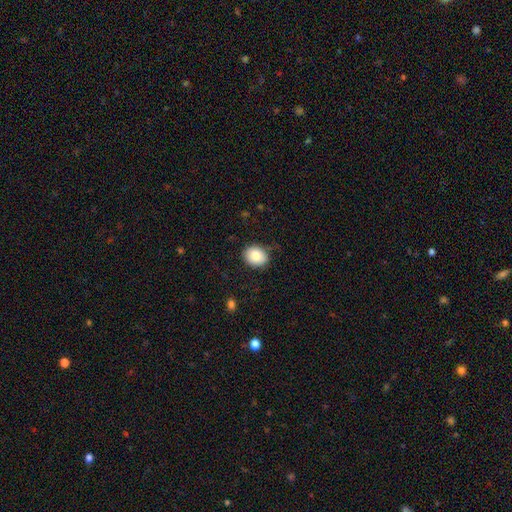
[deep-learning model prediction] Smooth or featured: smooth — 82% (featured or disk — 10%)
How rounded: round — 51% (in between — 49%)
Merging: none — 82% (minor disturbance — 14%)